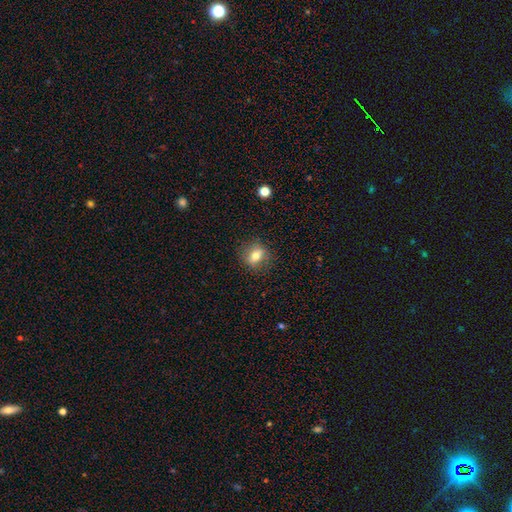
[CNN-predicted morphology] A smooth galaxy with no disk features (69%) that is round (55%). Merging: none (84%).